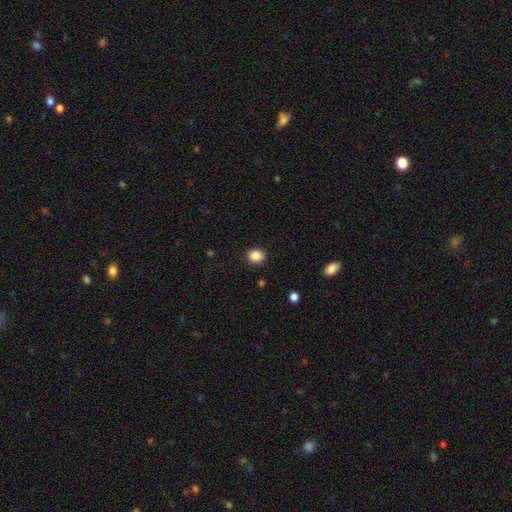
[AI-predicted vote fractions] smooth-or-featured: smooth: 87% | star or artifact: 10% | featured or disk: 3%
  how-rounded: round: 82% | in between: 17% | cigar-shaped: 1%
  merging: none: 89% | minor disturbance: 7% | major disturbance: 2% | merger: 1%